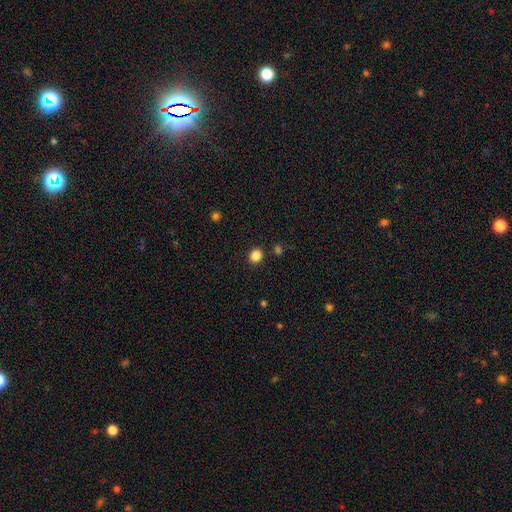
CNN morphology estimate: smooth 85%, star or artifact 11%, featured or disk 3%. Down the decision tree: how rounded — round (76%); merging — none (89%).